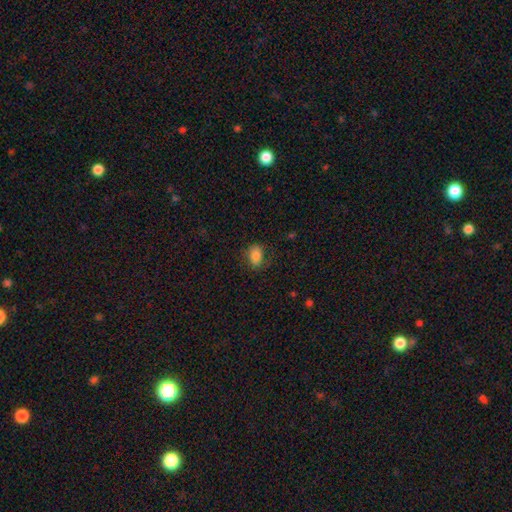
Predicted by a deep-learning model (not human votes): Morphology: type=smooth (83%); roundness=in between (79%); merging=none (75%).